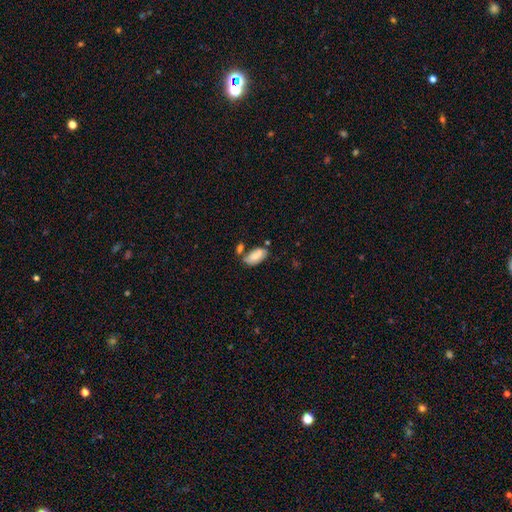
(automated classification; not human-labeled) Smooth or featured: smooth — 75% (featured or disk — 17%)
How rounded: in between — 93% (cigar-shaped — 4%)
Merging: none — 49% (merger — 22%)